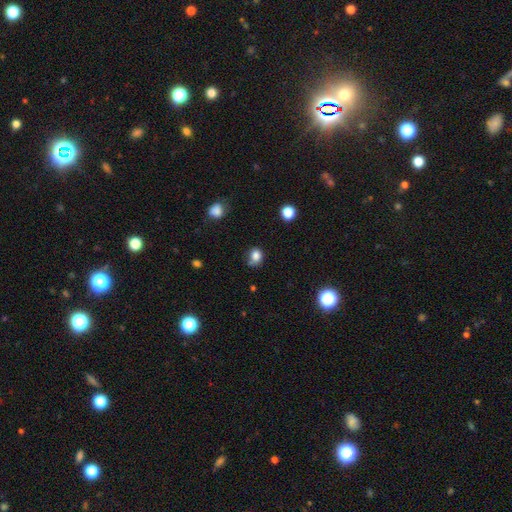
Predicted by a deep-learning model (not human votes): Smooth or featured?
  - smooth: 81% *
  - star or artifact: 13%
  - featured or disk: 6%
How rounded?
  - round: 59% *
  - in between: 40%
  - cigar-shaped: 1%
Merging?
  - none: 54% *
  - minor disturbance: 30%
  - major disturbance: 9%
  - merger: 6%